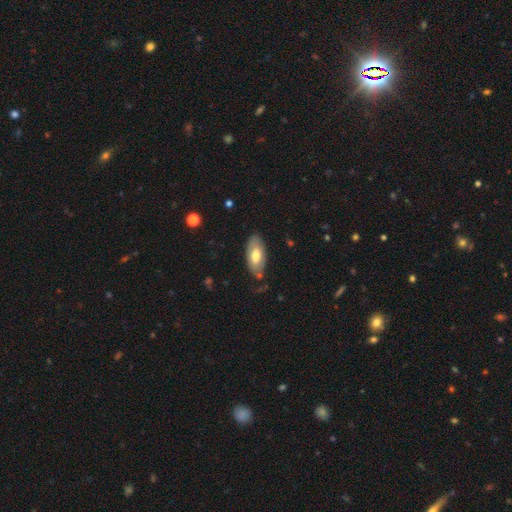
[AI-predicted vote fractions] Overall: smooth (62%; featured or disk 33%). How rounded: in between (91%). Merging: none (72%).